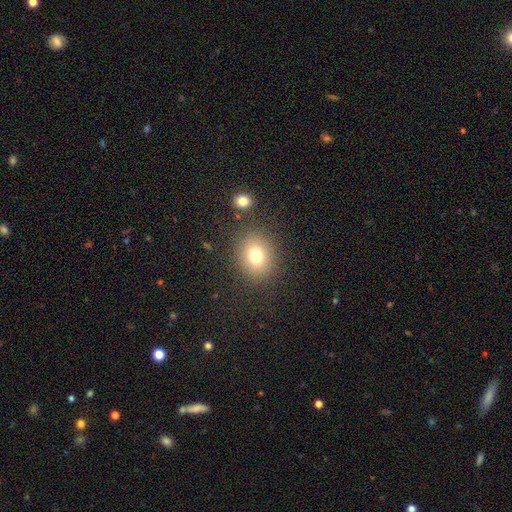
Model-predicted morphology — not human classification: smooth-or-featured: smooth: 76% | star or artifact: 14% | featured or disk: 11%
  how-rounded: round: 68% | in between: 31% | cigar-shaped: 1%
  merging: none: 84% | minor disturbance: 9% | major disturbance: 4% | merger: 4%